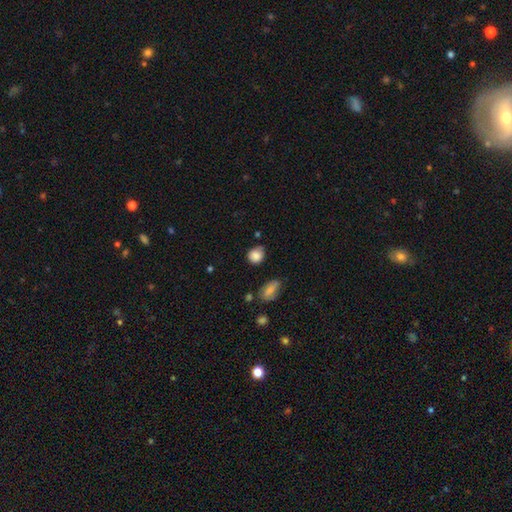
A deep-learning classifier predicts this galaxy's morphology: This is clearly a smooth galaxy (84%). How rounded: likely round (74%). Merging: likely none (68%).